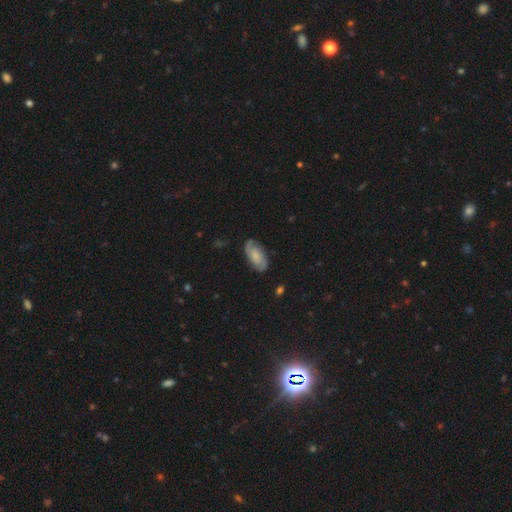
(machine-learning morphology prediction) smooth_or_featured: featured or disk (p=0.64) [alt: smooth p=0.30]
disk_edge_on: no (p=0.95) [alt: yes p=0.05]
bar: no (p=0.63) [alt: weak p=0.31]
has_spiral_arms: yes (p=0.91) [alt: no p=0.09]
spiral_winding: tight (p=0.46) [alt: medium p=0.40]
spiral_arm_count: 2 (p=0.79) [alt: can't tell p=0.13]
bulge_size: small (p=0.46) [alt: moderate p=0.31]
merging: none (p=0.81) [alt: minor disturbance p=0.14]